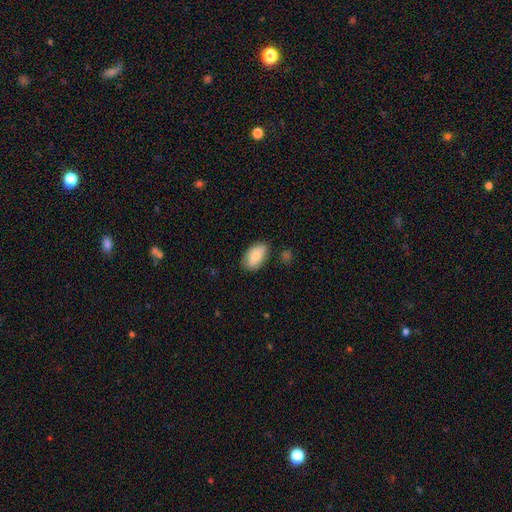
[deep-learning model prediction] This is clearly a smooth galaxy (80%). How rounded: clearly in between (93%). Merging: likely none (74%).